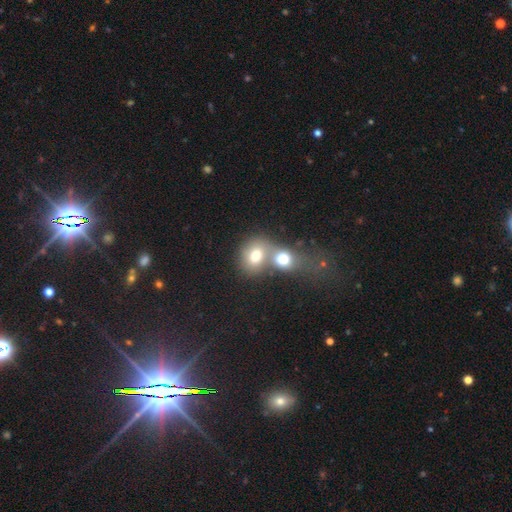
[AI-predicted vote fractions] A smooth galaxy with no disk features (73%) that is round (60%). Merging: merger (65%).